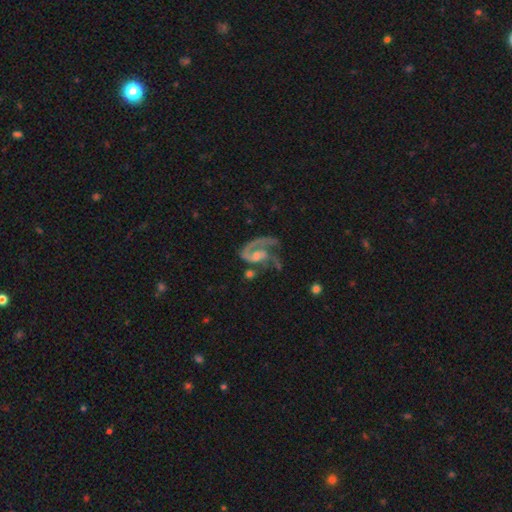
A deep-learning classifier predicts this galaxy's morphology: A featured or disk galaxy (82%) with no bar (54%), 1 (47%) medium (46%) spiral arms (91%) and a moderate central bulge (37%).

Vote fractions:
- Smooth or featured? featured or disk: 82% / smooth: 10% / star or artifact: 7%
- Edge-on disk? no: 98% / yes: 2%
- Bar? no: 54% / weak: 35% / strong: 11%
- Spiral arms? yes: 91% / no: 9%
- Spiral winding? medium: 46% / loose: 30% / tight: 24%
- Spiral arm count? 1: 47% / 2: 39% / can't tell: 7% / 3: 4% / 4: 2% / more than 4: 2%
- Bulge size? moderate: 37% / small: 34% / none: 19% / large: 8% / dominant: 2%
- Merging? major disturbance: 39% / none: 33% / minor disturbance: 17% / merger: 11%